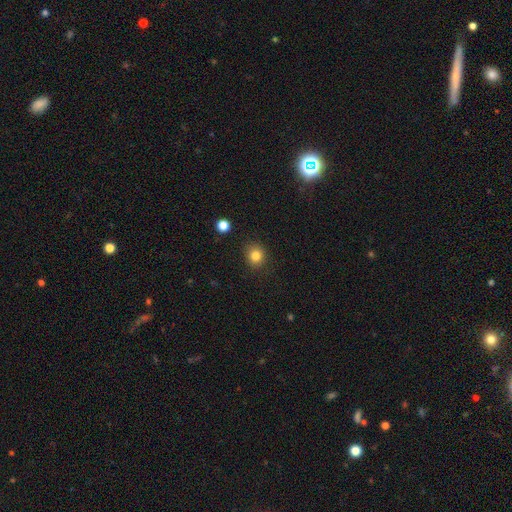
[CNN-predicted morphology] This is clearly a smooth galaxy (83%). How rounded: clearly round (82%). Merging: clearly none (87%).